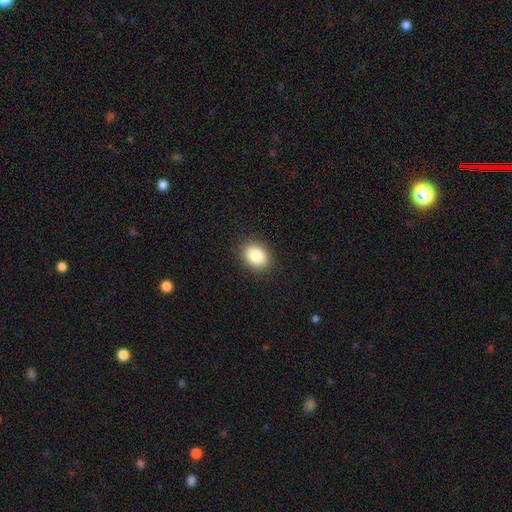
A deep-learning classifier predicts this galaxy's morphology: type=smooth (86%); roundness=in between (70%); merging=none (89%).